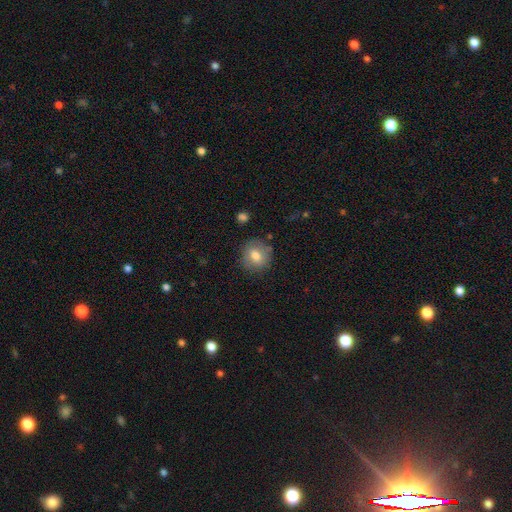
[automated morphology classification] Q: Smooth or featured?
A: smooth (78%); runner-up: featured or disk (14%)
Q: How rounded?
A: round (83%); runner-up: in between (16%)
Q: Merging?
A: none (82%); runner-up: minor disturbance (12%)